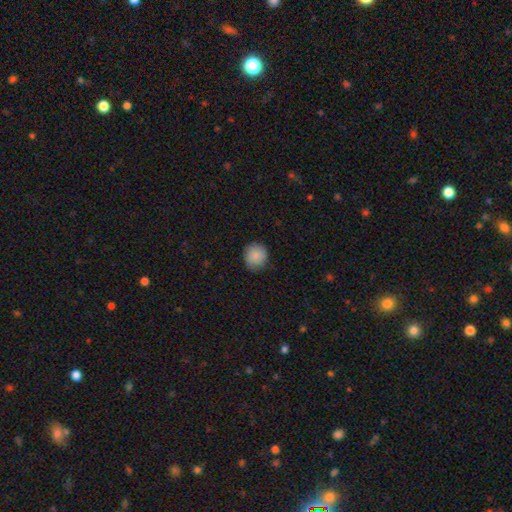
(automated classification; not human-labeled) Smooth or featured? smooth (88%)
How rounded? round (89%)
Merging? none (84%)